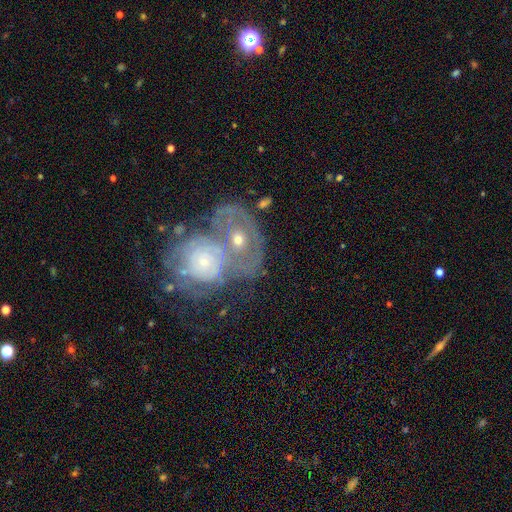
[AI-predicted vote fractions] A featured or disk galaxy (69%) with no bar (82%), spiral arms (73%) and a small central bulge (66%). Merging: merger (62%).